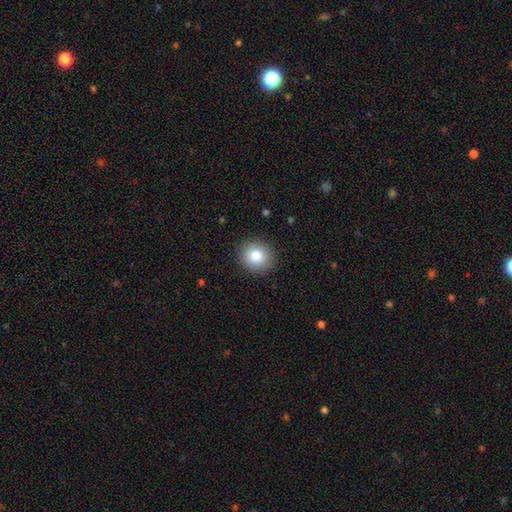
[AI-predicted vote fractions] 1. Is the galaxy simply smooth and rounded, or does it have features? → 82% smooth, 10% star or artifact, 8% featured or disk.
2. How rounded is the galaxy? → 87% round, 12% in between, 1% cigar-shaped.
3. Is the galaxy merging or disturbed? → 90% none, 7% minor disturbance, 2% major disturbance, 1% merger.